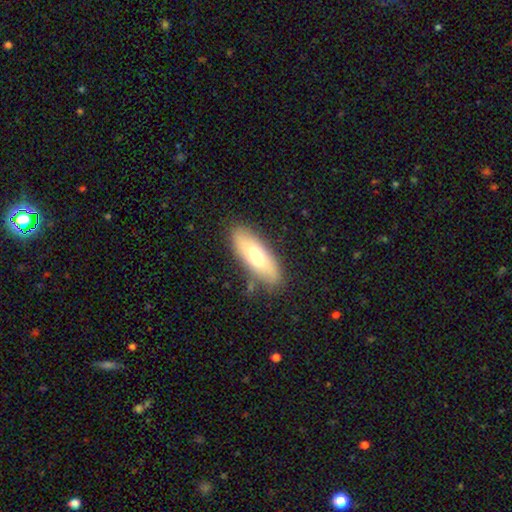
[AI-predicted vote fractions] A smooth galaxy with no disk features (65%) that is in between round and cigar-shaped (65%). Merging: none (82%).